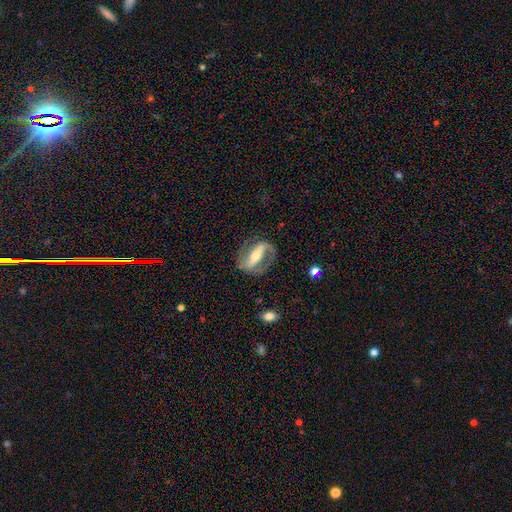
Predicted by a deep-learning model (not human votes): Smooth or featured? Predicted: featured or disk (p=0.83). Edge-on disk? Predicted: no (p=0.90). Bar? Predicted: strong (p=0.72). Spiral arms? Predicted: yes (p=0.87). Spiral winding? Predicted: medium (p=0.46). Spiral arm count? Predicted: 2 (p=0.84). Bulge size? Predicted: moderate (p=0.52). Merging? Predicted: none (p=0.75).